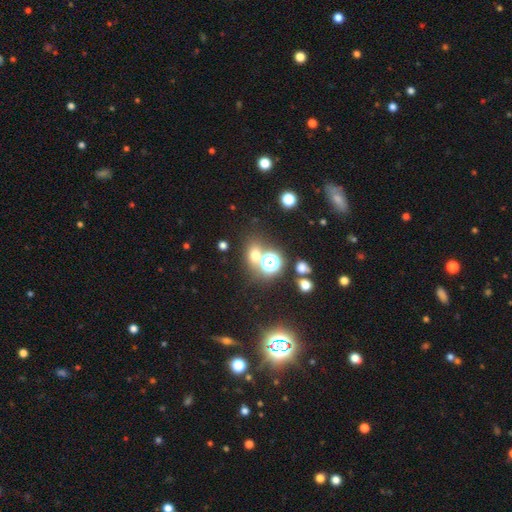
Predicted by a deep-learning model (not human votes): The model was most divided on "smooth or featured": smooth: 57%, star or artifact: 34%, featured or disk: 10%. More confident: merging — none (67%); how rounded — round (62%).